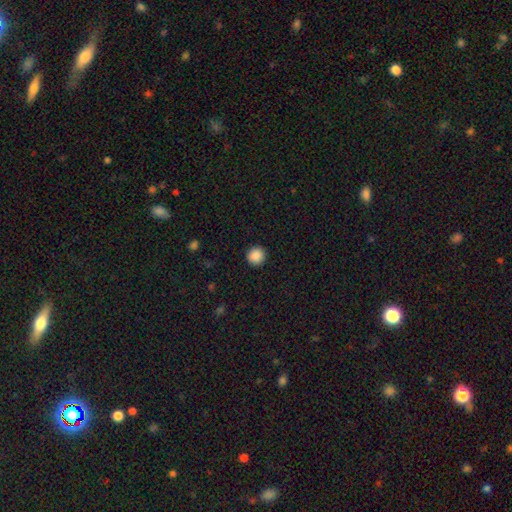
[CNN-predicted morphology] Smooth or featured?
  - smooth: 89% *
  - star or artifact: 9%
  - featured or disk: 2%
How rounded?
  - round: 95% *
  - in between: 5%
  - cigar-shaped: 1%
Merging?
  - none: 92% *
  - minor disturbance: 5%
  - major disturbance: 2%
  - merger: 1%